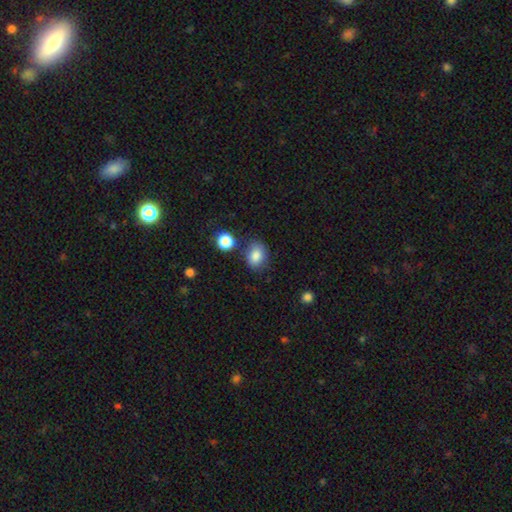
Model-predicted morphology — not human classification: Smooth or featured?
  - smooth: 84% *
  - star or artifact: 9%
  - featured or disk: 7%
How rounded?
  - in between: 61% *
  - round: 38%
  - cigar-shaped: 1%
Merging?
  - none: 71% *
  - minor disturbance: 17%
  - merger: 8%
  - major disturbance: 5%